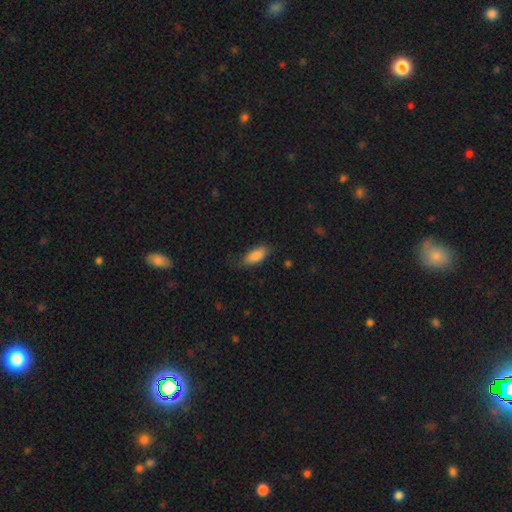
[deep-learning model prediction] A smooth galaxy with no disk features (87%) that is in between round and cigar-shaped (83%).

Vote fractions:
- Smooth or featured? smooth: 87% / featured or disk: 7% / star or artifact: 6%
- How rounded? in between: 83% / cigar-shaped: 15% / round: 2%
- Merging? none: 76% / minor disturbance: 18% / major disturbance: 4% / merger: 1%